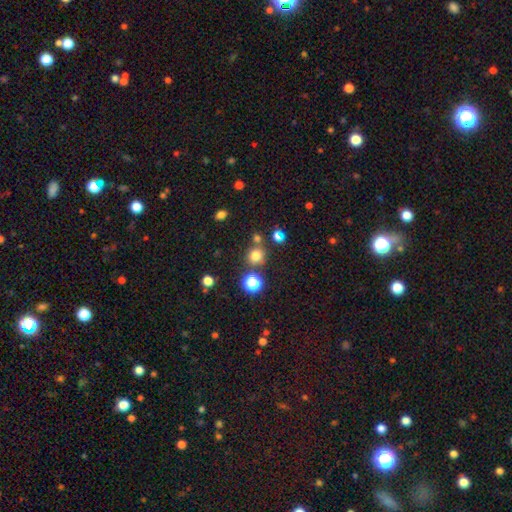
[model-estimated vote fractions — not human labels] The model was most divided on "smooth or featured": smooth: 72%, star or artifact: 21%, featured or disk: 7%. More confident: how rounded — round (89%); merging — none (75%).